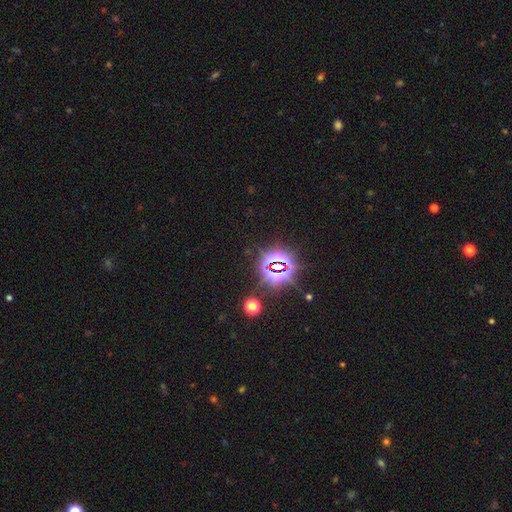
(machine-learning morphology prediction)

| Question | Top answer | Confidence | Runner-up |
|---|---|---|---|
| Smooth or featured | star or artifact | 82% | smooth (12%) |